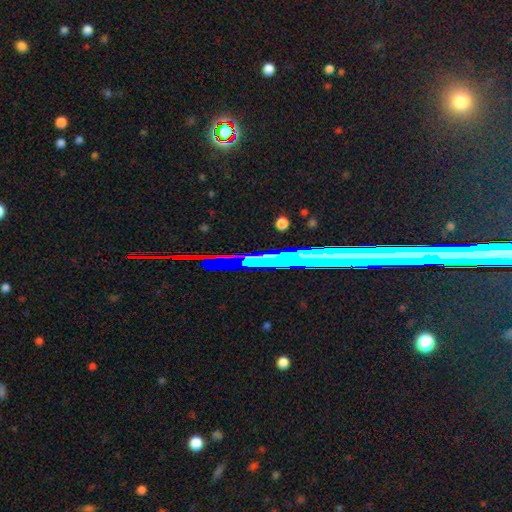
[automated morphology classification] A star or artifact, not a galaxy (58%).